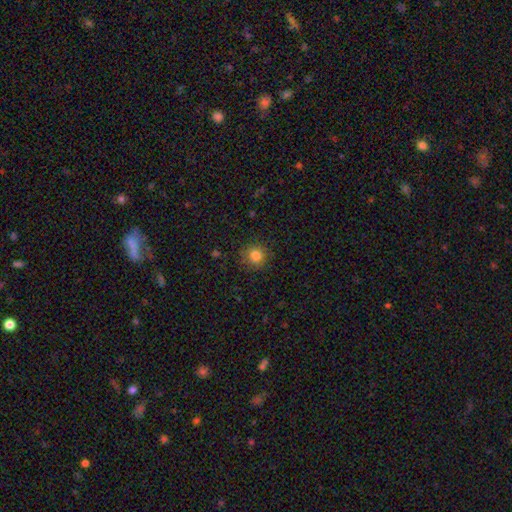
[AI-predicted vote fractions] A smooth galaxy with no disk features (83%) that is round (92%). Merging: none (86%).